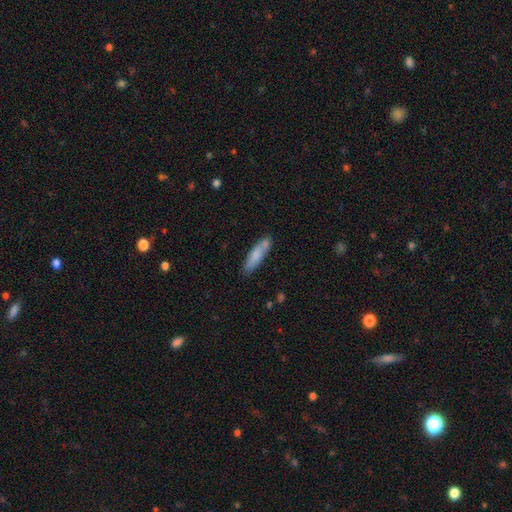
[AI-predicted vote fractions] smooth-or-featured: smooth: 78% | featured or disk: 16% | star or artifact: 6%
  how-rounded: cigar-shaped: 68% | in between: 30% | round: 2%
  merging: none: 71% | minor disturbance: 16% | merger: 10% | major disturbance: 3%